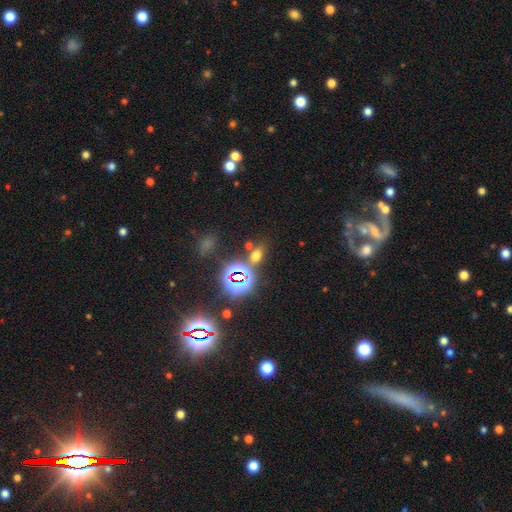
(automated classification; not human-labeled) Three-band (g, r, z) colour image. It shows a smooth galaxy with no disk features (52%) that is in between round and cigar-shaped (72%). Merging: none (73%).